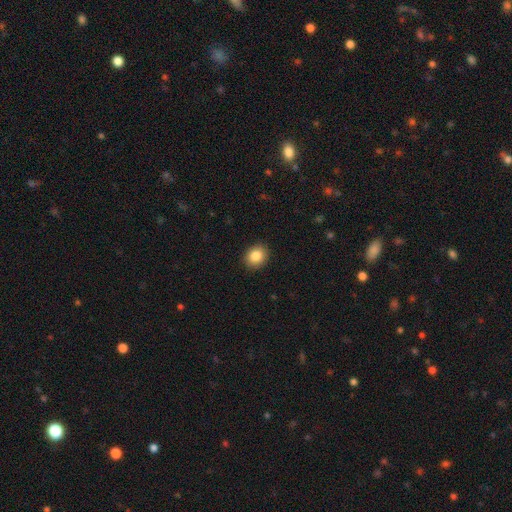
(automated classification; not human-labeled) smooth_or_featured: smooth (p=0.86) [alt: star or artifact p=0.09]
how_rounded: round (p=0.63) [alt: in between p=0.36]
merging: none (p=0.90) [alt: minor disturbance p=0.07]